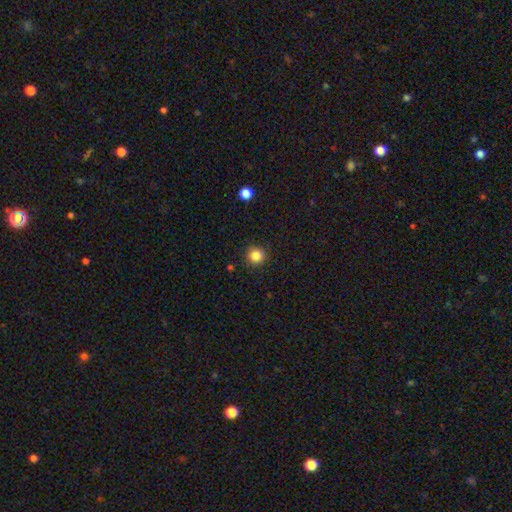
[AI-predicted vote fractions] Smooth or featured? smooth (85%)
How rounded? round (93%)
Merging? none (91%)